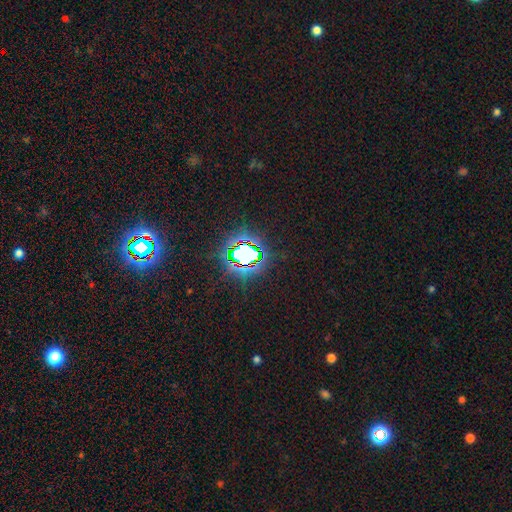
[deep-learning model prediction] The model was most divided on "smooth or featured": star or artifact: 83%, smooth: 10%, featured or disk: 7%.